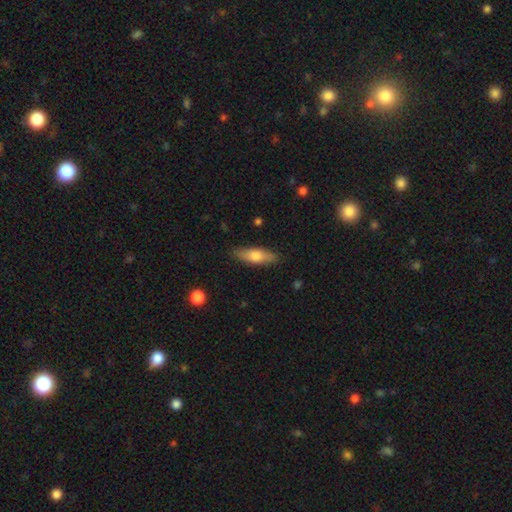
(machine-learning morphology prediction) A smooth galaxy with no disk features (66%) that is in between round and cigar-shaped (51%). Merging: none (85%).